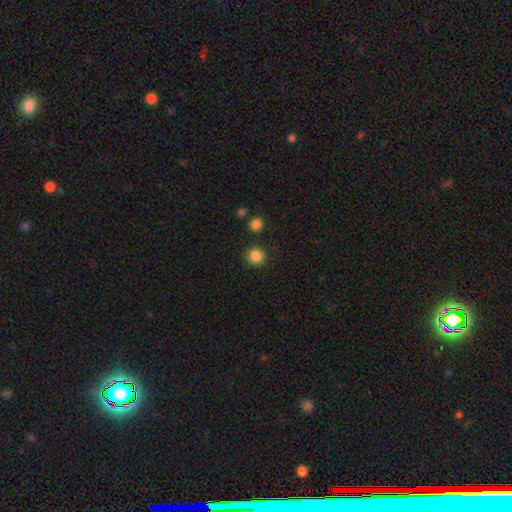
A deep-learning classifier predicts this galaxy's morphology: Smooth or featured? smooth (86%)
How rounded? round (93%)
Merging? none (90%)